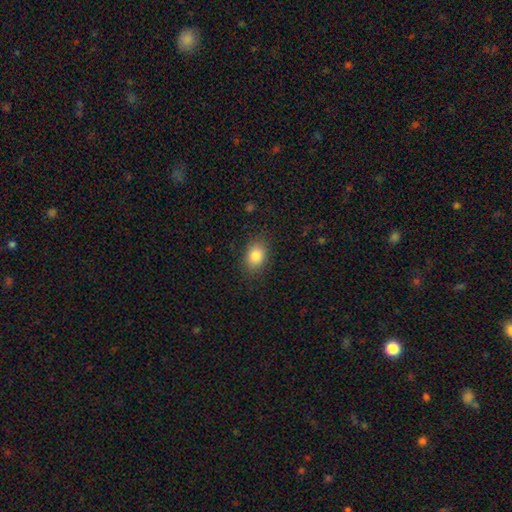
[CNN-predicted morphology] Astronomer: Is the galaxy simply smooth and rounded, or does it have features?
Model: smooth — 83%.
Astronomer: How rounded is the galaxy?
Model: in between — 70%.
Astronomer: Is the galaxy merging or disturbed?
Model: none — 85%.